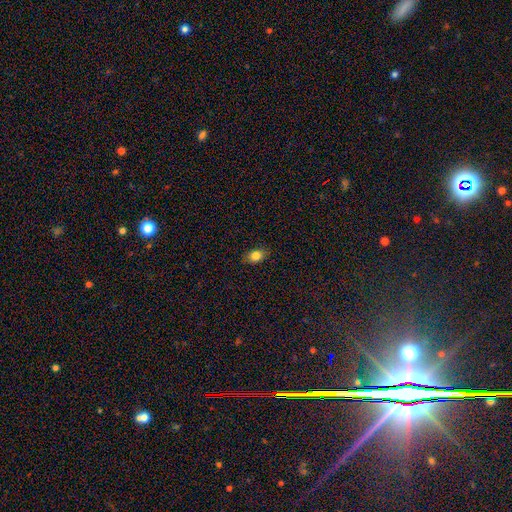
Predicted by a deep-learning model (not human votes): Smooth or featured? smooth (83%)
How rounded? in between (74%)
Merging? none (86%)